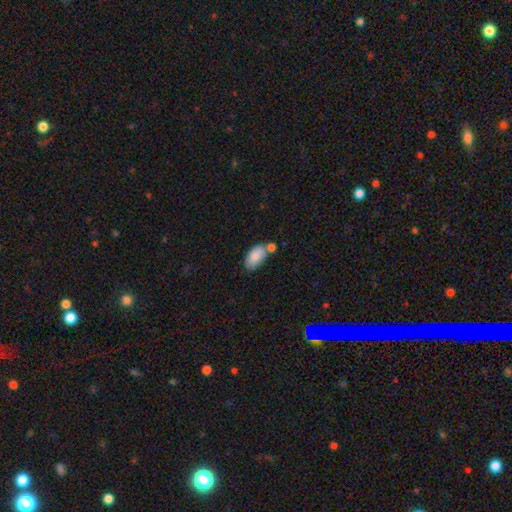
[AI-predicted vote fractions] smooth_or_featured: smooth (p=0.86) [alt: featured or disk p=0.07]
how_rounded: in between (p=0.95) [alt: round p=0.03]
merging: none (p=0.57) [alt: merger p=0.20]